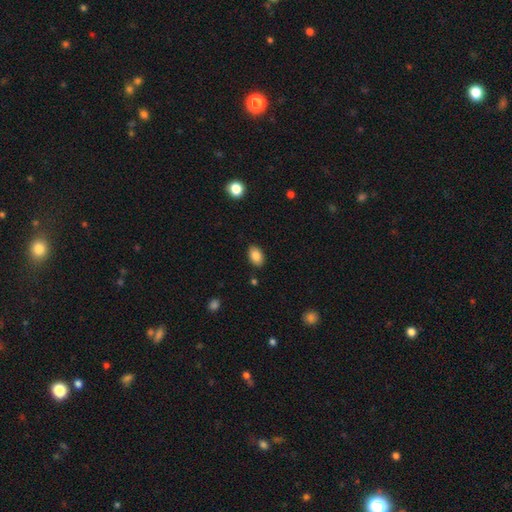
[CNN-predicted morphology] smooth-or-featured: smooth: 86% | star or artifact: 8% | featured or disk: 6%
  how-rounded: in between: 90% | round: 9% | cigar-shaped: 1%
  merging: none: 87% | minor disturbance: 10% | major disturbance: 2% | merger: 2%